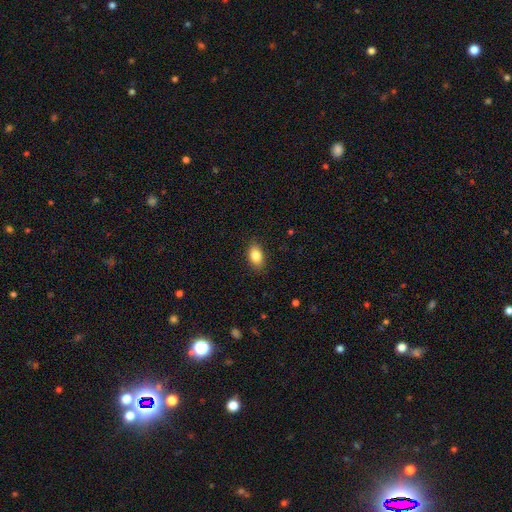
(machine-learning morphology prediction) A smooth galaxy with no disk features (84%) that is in between round and cigar-shaped (89%).

Vote fractions:
- Smooth or featured? smooth: 84% / featured or disk: 8% / star or artifact: 8%
- How rounded? in between: 89% / round: 8% / cigar-shaped: 3%
- Merging? none: 87% / minor disturbance: 10% / major disturbance: 2% / merger: 1%